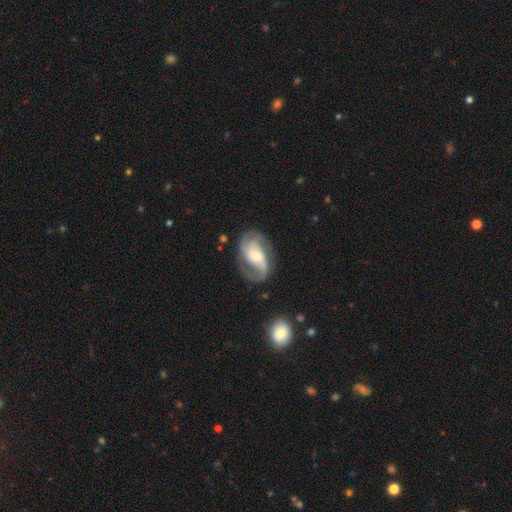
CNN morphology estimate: Smooth or featured? featured or disk (79%)
Edge-on disk? no (97%)
Bar? weak (44%)
Spiral arms? yes (94%)
Spiral winding? medium (44%)
Spiral arm count? 2 (75%)
Bulge size? moderate (43%)
Merging? none (63%)